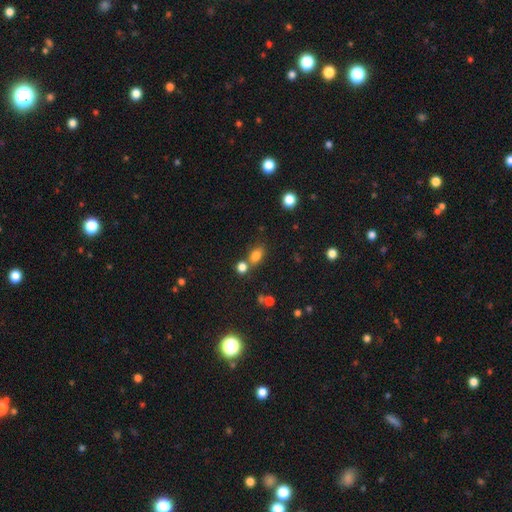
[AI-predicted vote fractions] Q: Smooth or featured?
A: smooth (80%); runner-up: star or artifact (13%)
Q: How rounded?
A: in between (78%); runner-up: round (19%)
Q: Merging?
A: none (58%); runner-up: merger (25%)